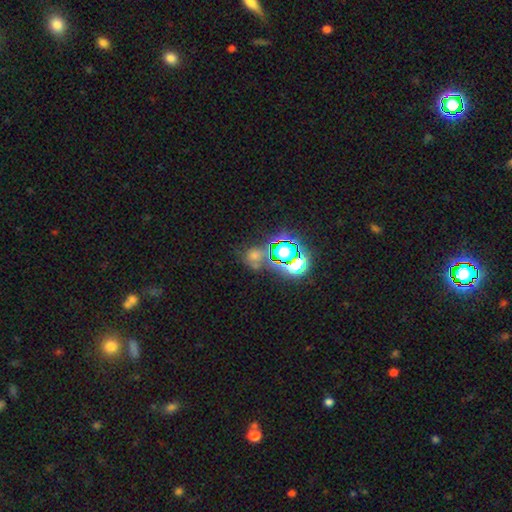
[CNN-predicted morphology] Smooth or featured? star or artifact (56%)